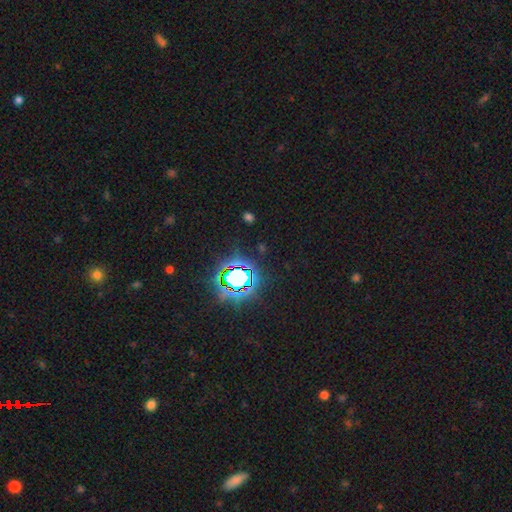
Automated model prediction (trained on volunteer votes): Smooth or featured? star or artifact (81%)